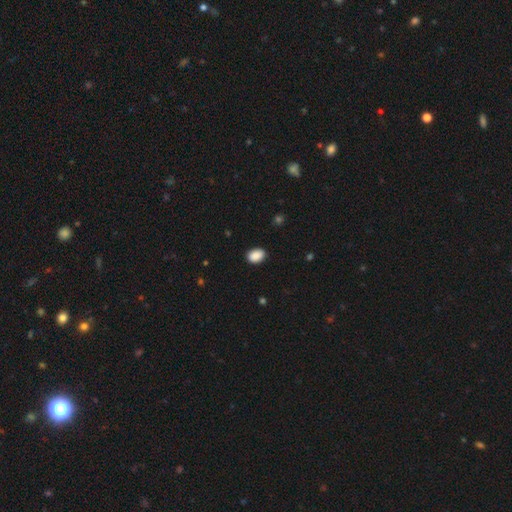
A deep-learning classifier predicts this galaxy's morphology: Overall: smooth (90%). How rounded: in between (80%). Merging: none (88%).